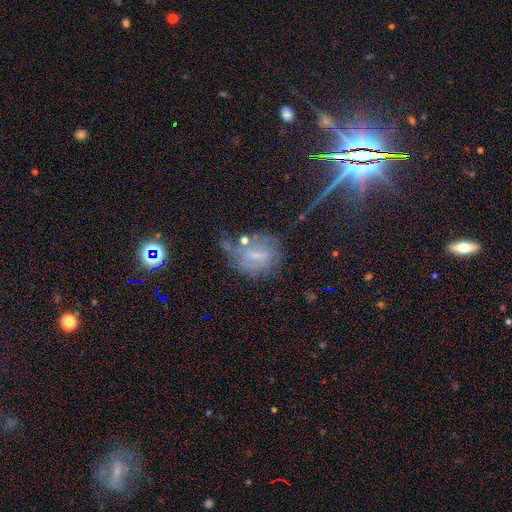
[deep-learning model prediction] Smooth or featured? Predicted: featured or disk (p=0.46). Merging? Predicted: none (p=0.44).